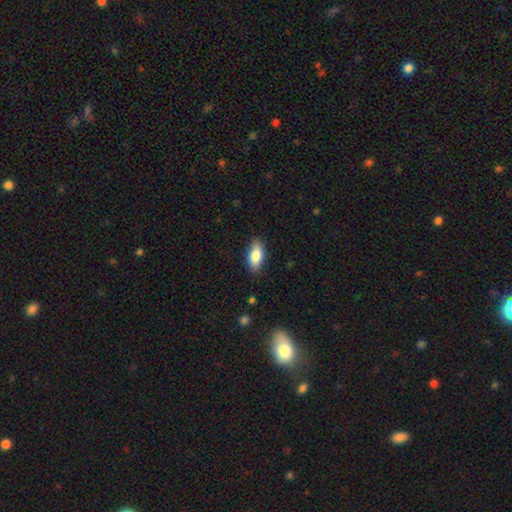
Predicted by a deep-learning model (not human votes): This appears to be a smooth galaxy with no disk features (84%) that is in between round and cigar-shaped (88%). Merging: none (86%).